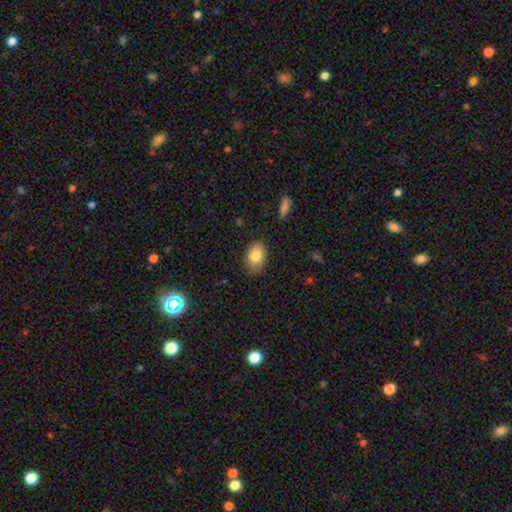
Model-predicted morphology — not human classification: smooth_or_featured: smooth (p=0.83) [alt: featured or disk p=0.09]
how_rounded: in between (p=0.83) [alt: round p=0.16]
merging: none (p=0.82) [alt: minor disturbance p=0.14]